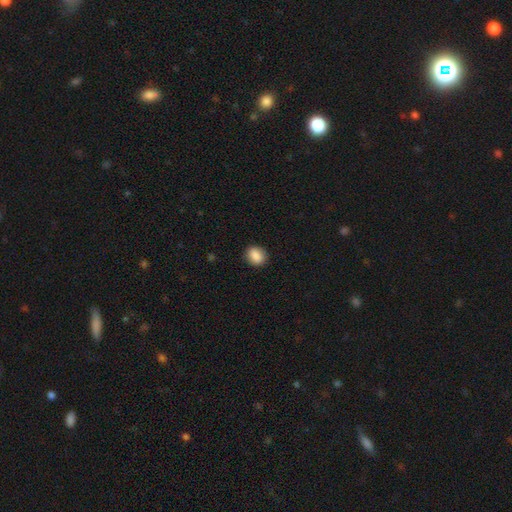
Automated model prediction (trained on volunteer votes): A smooth galaxy with no disk features (87%) that is in between round and cigar-shaped (51%).

Vote fractions:
- Smooth or featured? smooth: 87% / star or artifact: 8% / featured or disk: 5%
- How rounded? in between: 51% / round: 48% / cigar-shaped: 1%
- Merging? none: 88% / minor disturbance: 9% / major disturbance: 2% / merger: 1%